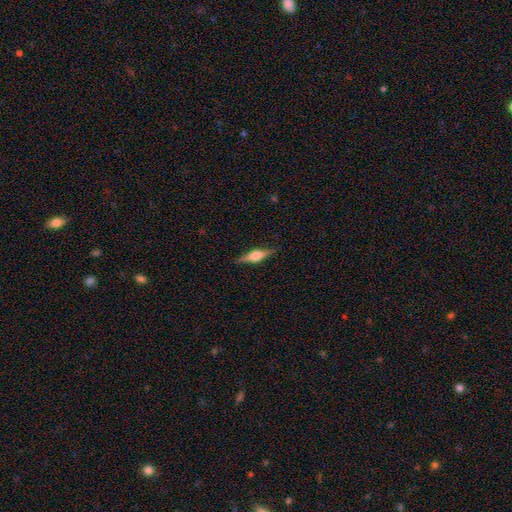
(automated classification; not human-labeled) featured or disk 63%, smooth 30%, star or artifact 7%. Down the decision tree: edge-on disk — yes (96%); edge-on bulge — rounded (82%); merging — none (85%).